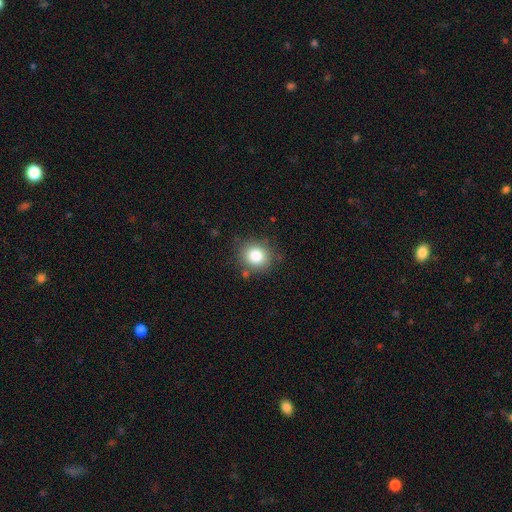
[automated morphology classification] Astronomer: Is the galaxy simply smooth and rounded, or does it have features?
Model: smooth — 82%.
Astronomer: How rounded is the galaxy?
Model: round — 79%.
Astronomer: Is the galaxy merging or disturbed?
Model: none — 81%.